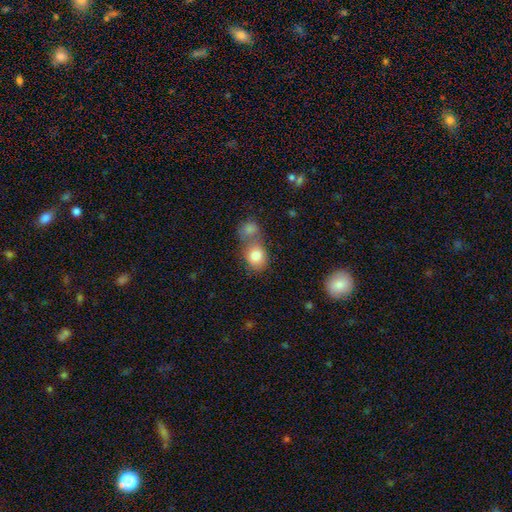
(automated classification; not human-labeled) A smooth galaxy with no disk features (82%) that is in between round and cigar-shaped (51%). Merging: merger (48%).